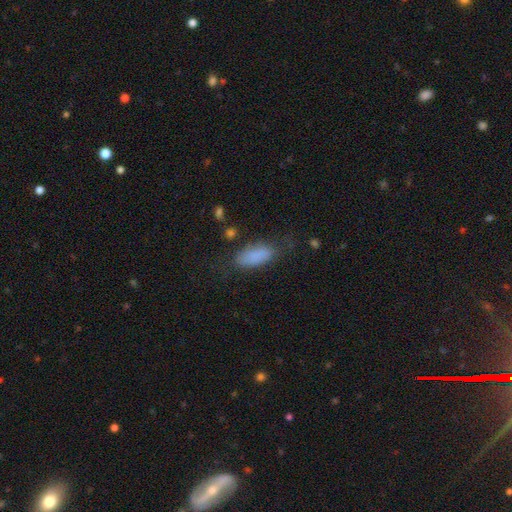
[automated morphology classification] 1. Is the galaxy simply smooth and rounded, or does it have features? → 84% smooth, 8% star or artifact, 8% featured or disk.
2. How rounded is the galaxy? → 82% in between, 15% cigar-shaped, 3% round.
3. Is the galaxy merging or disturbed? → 65% none, 22% minor disturbance, 11% major disturbance, 3% merger.